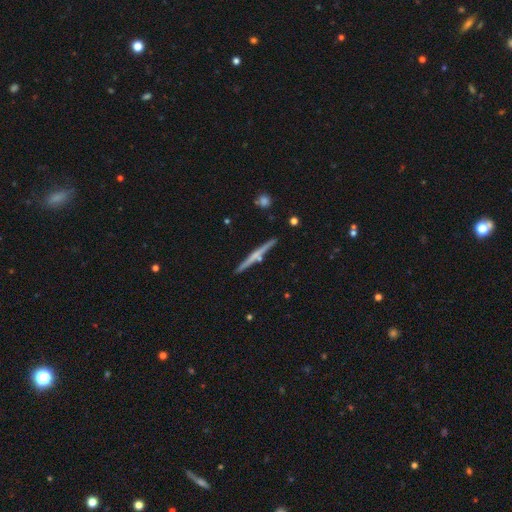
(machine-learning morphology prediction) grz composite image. It shows a featured or disk galaxy (59%) viewed edge-on (98%) with no central bulge (52%). Merging: none (87%).